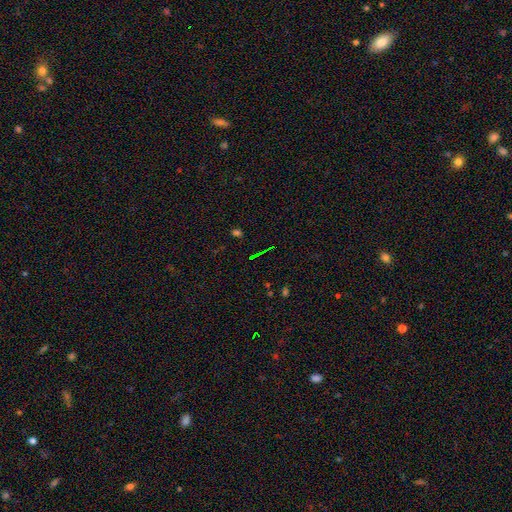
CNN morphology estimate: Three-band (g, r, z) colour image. It shows a star or artifact, not a galaxy (66%).